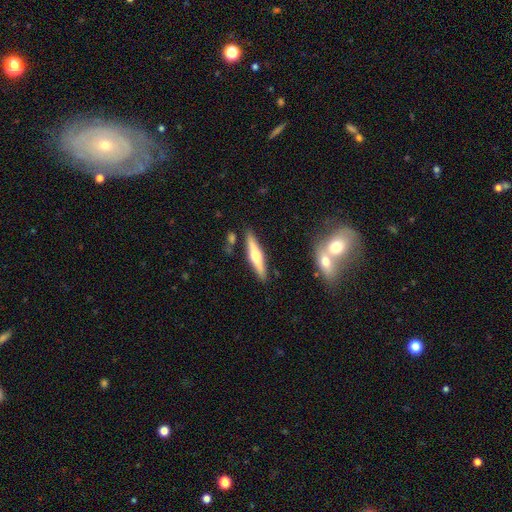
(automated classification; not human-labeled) Q: Smooth or featured?
A: featured or disk (56%); runner-up: smooth (38%)
Q: Edge-on disk?
A: yes (95%); runner-up: no (5%)
Q: Edge-on bulge?
A: rounded (91%); runner-up: none (5%)
Q: Merging?
A: none (86%); runner-up: minor disturbance (9%)